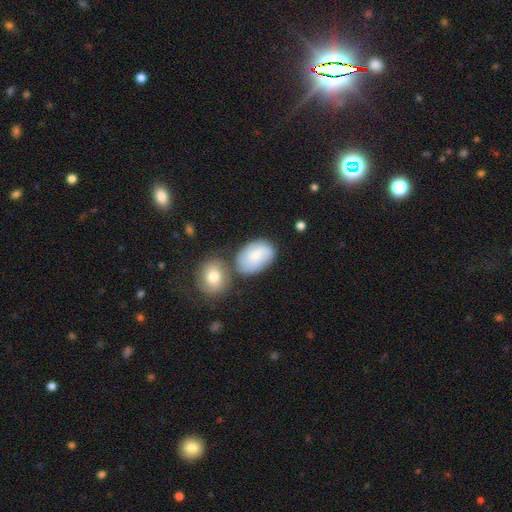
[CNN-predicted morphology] Overall: smooth (63%; featured or disk 30%). How rounded: in between (81%). Merging: none (52%; merger 21%).